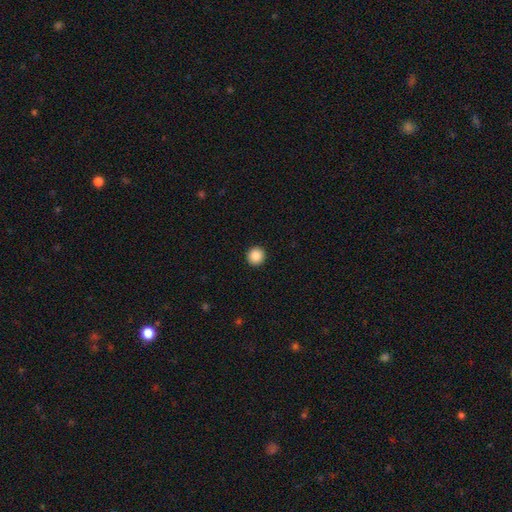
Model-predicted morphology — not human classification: The model was most divided on "smooth or featured": smooth: 87%, star or artifact: 9%, featured or disk: 4%. More confident: how rounded — round (95%); merging — none (94%).